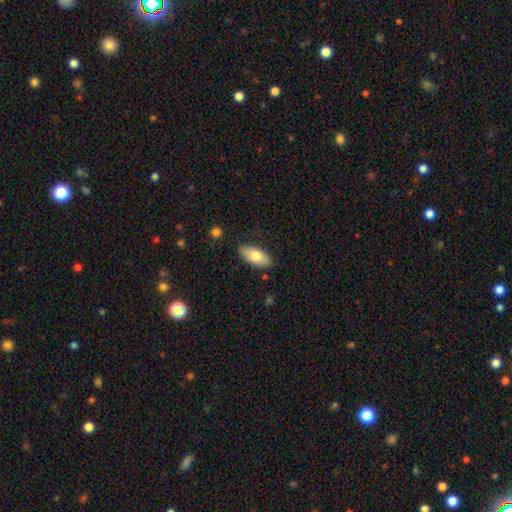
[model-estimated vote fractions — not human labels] A smooth galaxy with no disk features (73%) that is in between round and cigar-shaped (89%). Merging: none (84%).